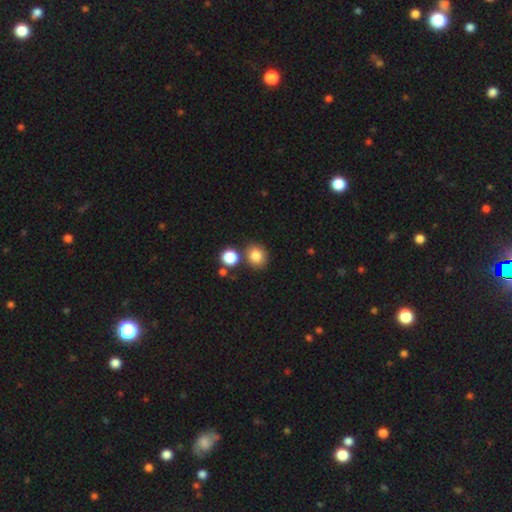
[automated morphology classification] This is clearly a smooth galaxy (83%). How rounded: likely round (73%). Merging: likely none (75%).